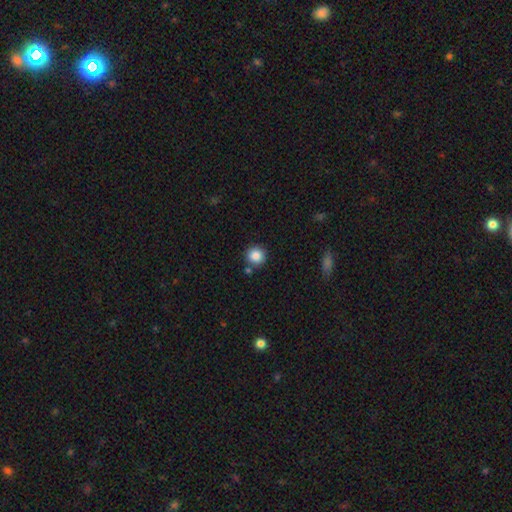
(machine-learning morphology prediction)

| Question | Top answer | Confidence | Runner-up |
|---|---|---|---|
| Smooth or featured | smooth | 86% | star or artifact (10%) |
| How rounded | round | 93% | in between (6%) |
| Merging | none | 82% | minor disturbance (8%) |